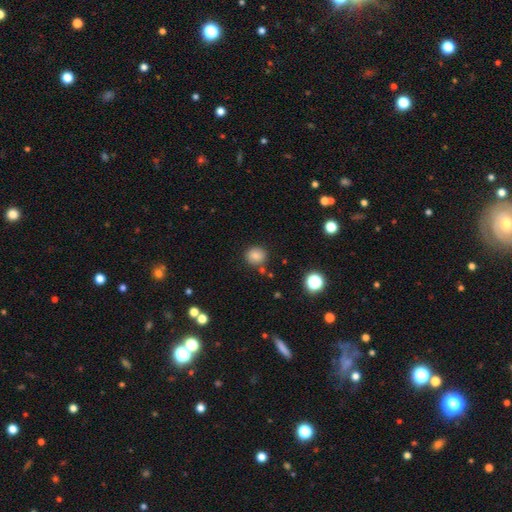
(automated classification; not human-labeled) Smooth or featured? smooth (82%)
How rounded? round (83%)
Merging? none (82%)